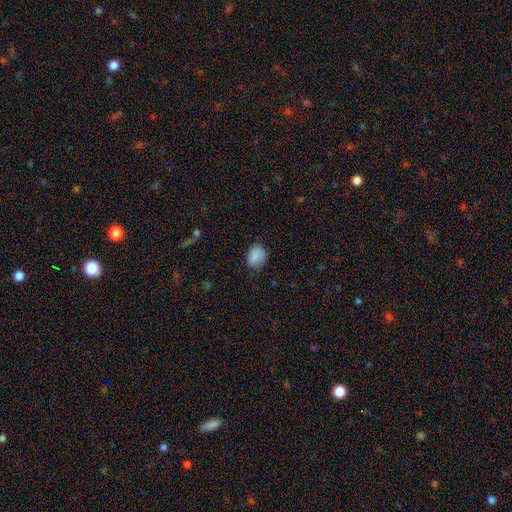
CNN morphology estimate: Q: Smooth or featured?
A: smooth (84%); runner-up: star or artifact (8%)
Q: How rounded?
A: in between (54%); runner-up: round (45%)
Q: Merging?
A: none (69%); runner-up: minor disturbance (24%)